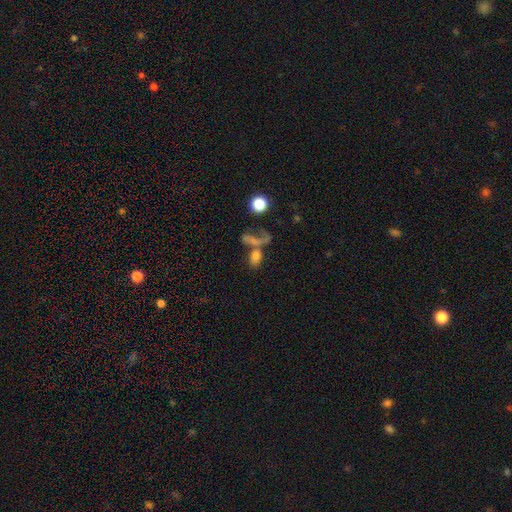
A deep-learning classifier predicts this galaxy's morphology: Smooth or featured?
  - smooth: 69% *
  - featured or disk: 17%
  - star or artifact: 14%
How rounded?
  - in between: 72% *
  - round: 20%
  - cigar-shaped: 8%
Merging?
  - merger: 46% *
  - none: 29%
  - major disturbance: 15%
  - minor disturbance: 10%